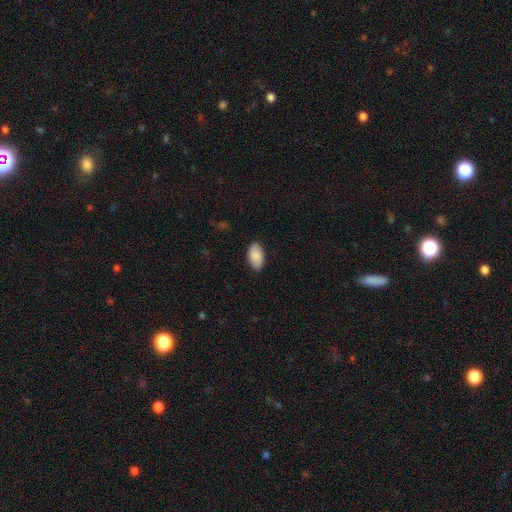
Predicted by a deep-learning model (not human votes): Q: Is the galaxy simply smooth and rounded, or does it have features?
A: smooth — 87%.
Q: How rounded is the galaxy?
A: in between — 95%.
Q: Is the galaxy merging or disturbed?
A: none — 87%.